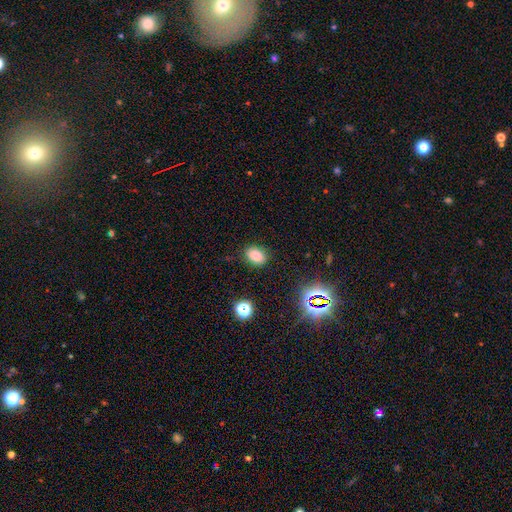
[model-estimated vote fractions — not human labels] Overall: smooth (80%). How rounded: in between (77%). Merging: none (85%).